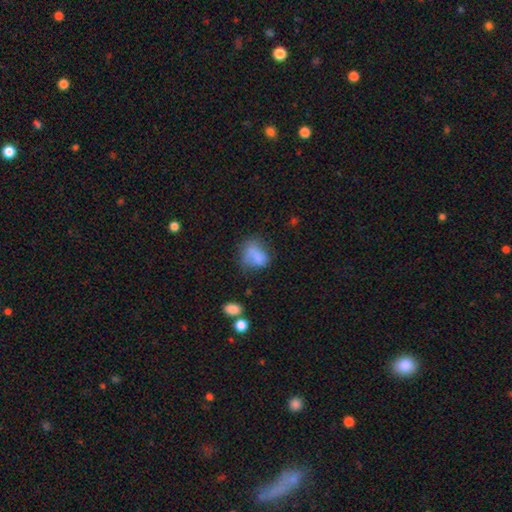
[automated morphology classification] This is likely a smooth galaxy (73%). How rounded: likely in between (66%). Merging: marginally none (38%).